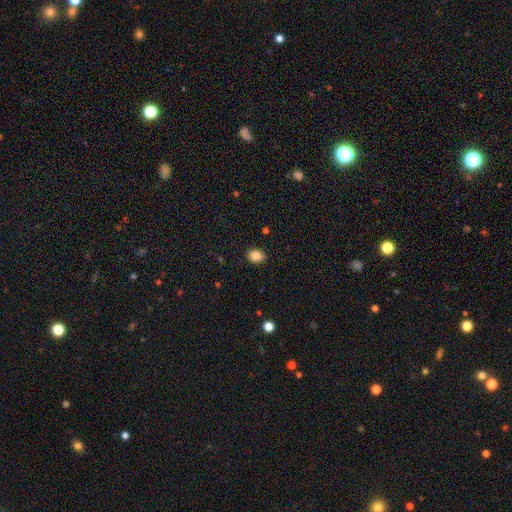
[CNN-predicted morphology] type=smooth (86%); roundness=in between (55%); merging=none (88%).